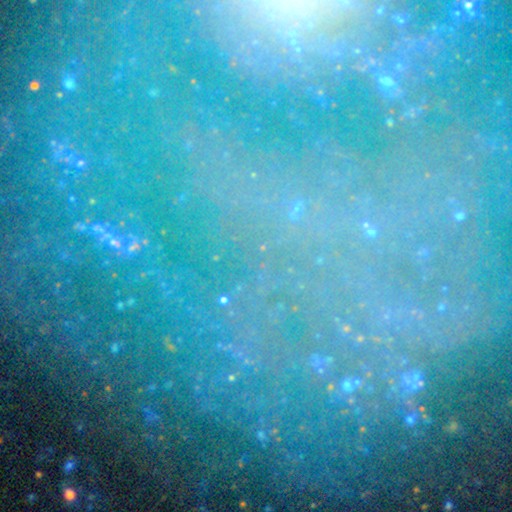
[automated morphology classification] Smooth or featured: star or artifact — 66% (featured or disk — 23%)